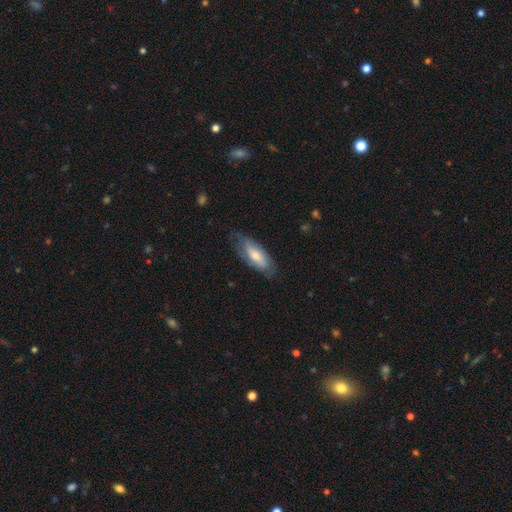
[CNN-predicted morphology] Smooth or featured: smooth — 61% (featured or disk — 33%)
How rounded: in between — 71% (cigar-shaped — 27%)
Merging: none — 64% (minor disturbance — 26%)